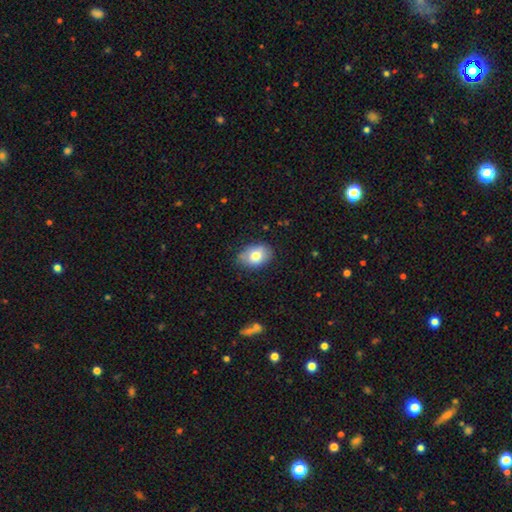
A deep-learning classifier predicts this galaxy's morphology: smooth-or-featured: smooth: 75% | featured or disk: 17% | star or artifact: 8%
  how-rounded: in between: 78% | round: 21% | cigar-shaped: 1%
  merging: none: 77% | minor disturbance: 19% | major disturbance: 3% | merger: 1%